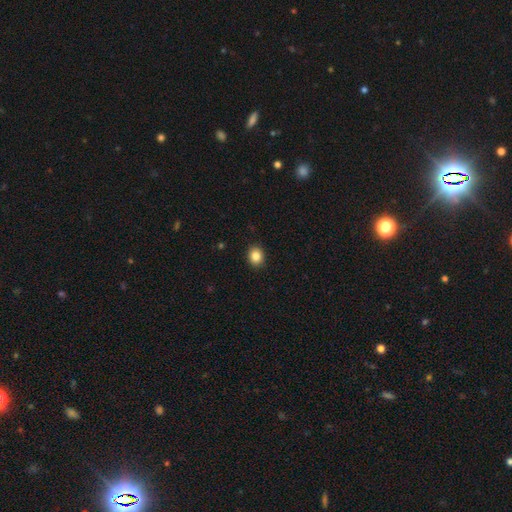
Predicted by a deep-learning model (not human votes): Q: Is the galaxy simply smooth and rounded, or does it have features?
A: smooth — 86%.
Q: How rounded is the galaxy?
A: round — 62%.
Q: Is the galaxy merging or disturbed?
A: none — 91%.